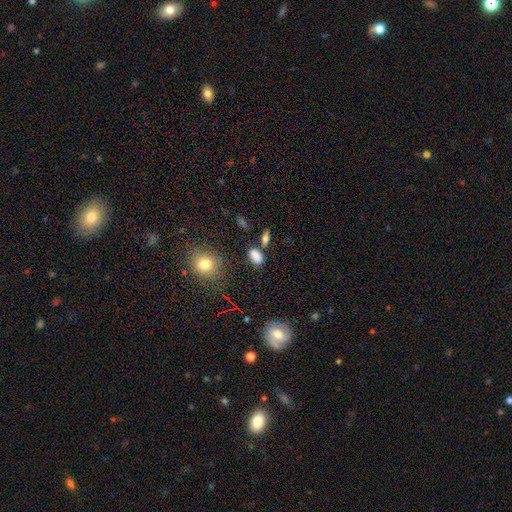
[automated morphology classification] The model was most divided on "merging": none: 69%, minor disturbance: 14%, merger: 12%, major disturbance: 5%. More confident: how rounded — in between (85%); smooth or featured — smooth (81%).